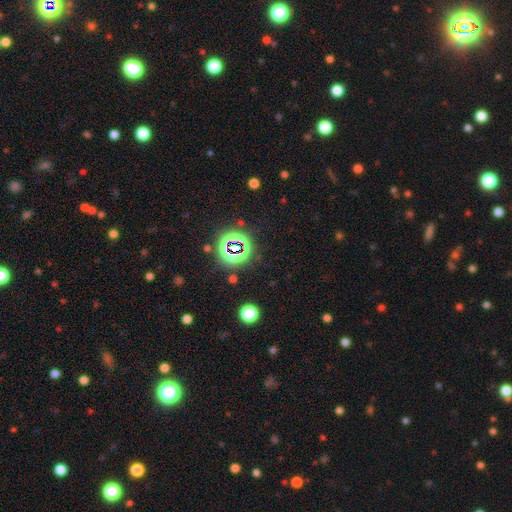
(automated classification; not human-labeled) Smooth or featured?
  - star or artifact: 82% *
  - smooth: 11%
  - featured or disk: 7%